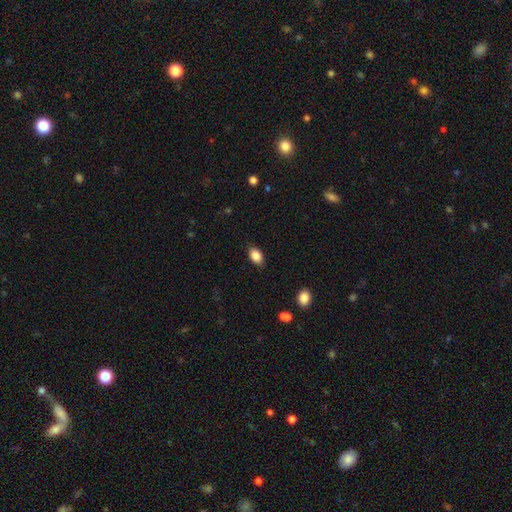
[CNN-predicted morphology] Smooth or featured: smooth — 87% (star or artifact — 8%)
How rounded: in between — 89% (round — 9%)
Merging: none — 84% (minor disturbance — 12%)